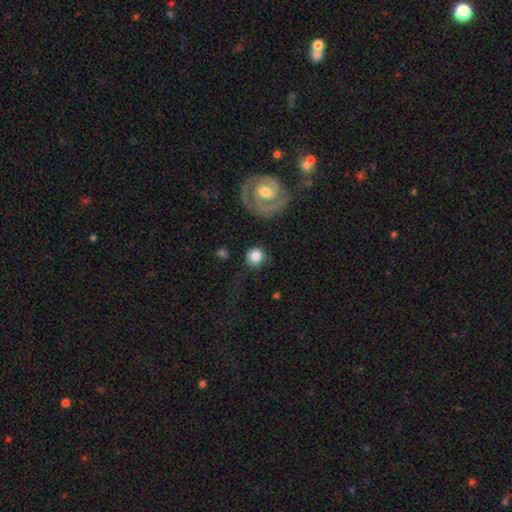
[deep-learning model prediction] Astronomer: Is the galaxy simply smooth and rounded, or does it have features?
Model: smooth — 79%.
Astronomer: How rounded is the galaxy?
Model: round — 92%.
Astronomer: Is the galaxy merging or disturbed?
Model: none — 79%.